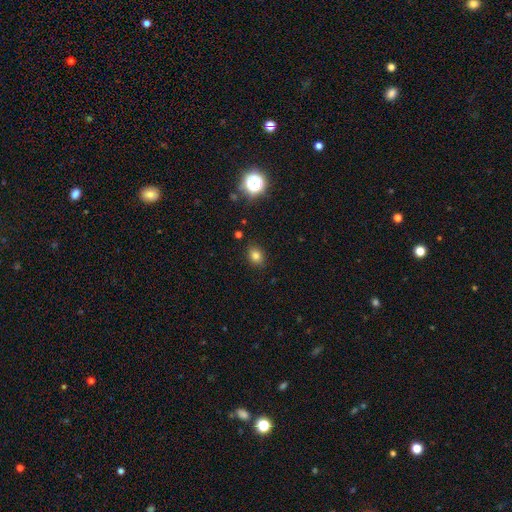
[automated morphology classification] Smooth or featured: smooth — 78% (star or artifact — 15%)
How rounded: in between — 52% (round — 47%)
Merging: none — 86% (minor disturbance — 10%)